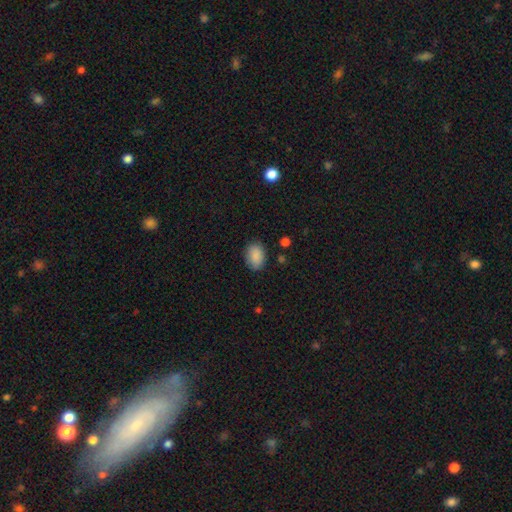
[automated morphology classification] Q: Smooth or featured?
A: smooth (89%); runner-up: star or artifact (8%)
Q: How rounded?
A: in between (82%); runner-up: round (16%)
Q: Merging?
A: none (82%); runner-up: minor disturbance (14%)